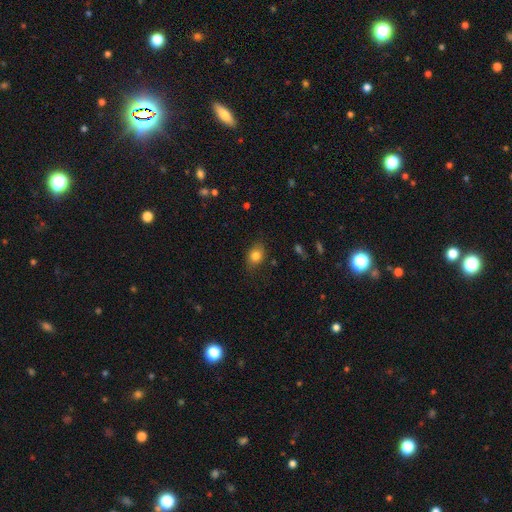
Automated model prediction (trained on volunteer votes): smooth-or-featured: smooth: 81% | star or artifact: 10% | featured or disk: 9%
  how-rounded: in between: 64% | round: 35% | cigar-shaped: 1%
  merging: none: 78% | minor disturbance: 17% | major disturbance: 4% | merger: 1%